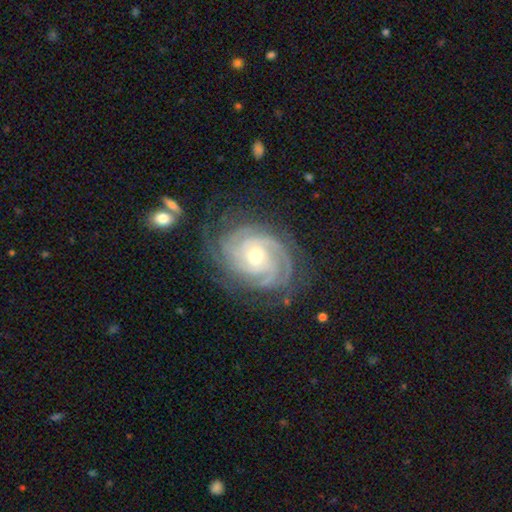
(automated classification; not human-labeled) Smooth or featured? featured or disk (91%)
Edge-on disk? no (97%)
Bar? no (59%)
Spiral arms? yes (98%)
Spiral winding? tight (79%)
Spiral arm count? 4 (31%)
Bulge size? moderate (54%)
Merging? none (77%)